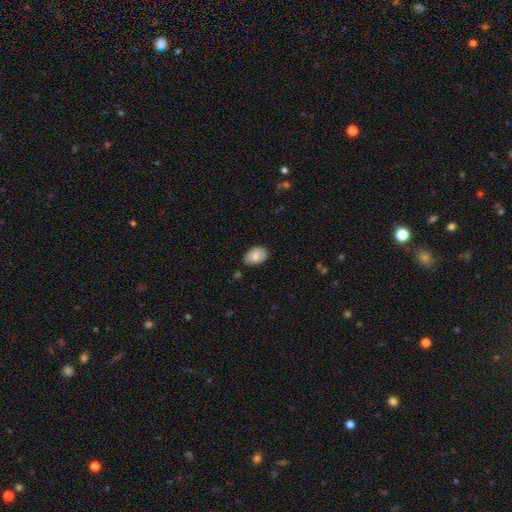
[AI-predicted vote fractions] smooth_or_featured: smooth (p=0.78) [alt: featured or disk p=0.15]
how_rounded: in between (p=0.88) [alt: round p=0.11]
merging: none (p=0.75) [alt: minor disturbance p=0.20]